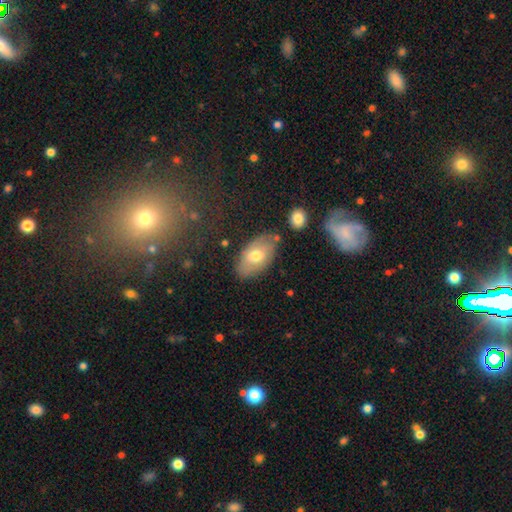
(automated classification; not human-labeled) A smooth galaxy with no disk features (64%) that is in between round and cigar-shaped (93%).

Vote fractions:
- Smooth or featured? smooth: 64% / featured or disk: 29% / star or artifact: 7%
- How rounded? in between: 93% / round: 5% / cigar-shaped: 2%
- Merging? none: 74% / minor disturbance: 17% / merger: 5% / major disturbance: 4%